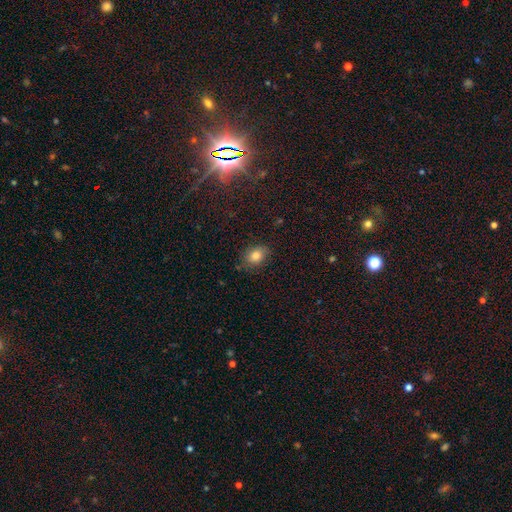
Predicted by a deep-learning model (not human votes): Smooth or featured? smooth (82%)
How rounded? in between (71%)
Merging? none (79%)